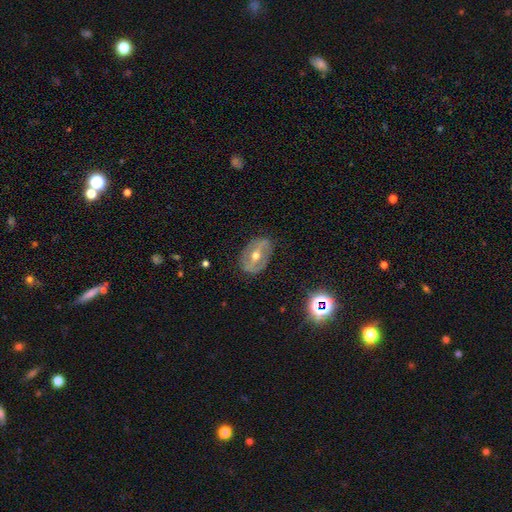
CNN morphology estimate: This is likely a featured or disk galaxy (72%). It is clearly not viewed edge-on (91%). Bar: possibly strong (52%). Spiral arm pattern: possibly yes (52%). Central bulge: likely moderate (70%). Merging: likely none (78%).